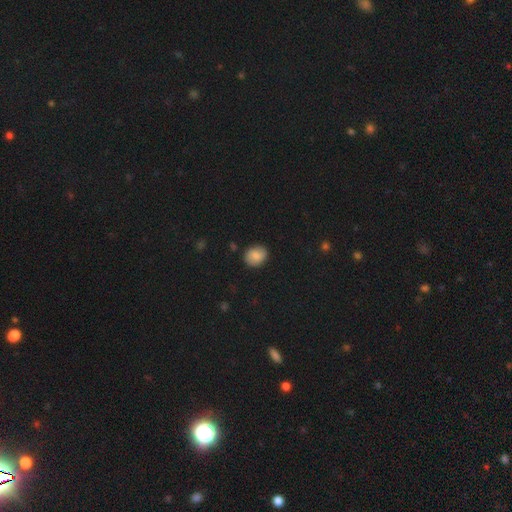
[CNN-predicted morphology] smooth_or_featured: smooth (p=0.84) [alt: star or artifact p=0.08]
how_rounded: round (p=0.57) [alt: in between p=0.42]
merging: none (p=0.86) [alt: minor disturbance p=0.11]